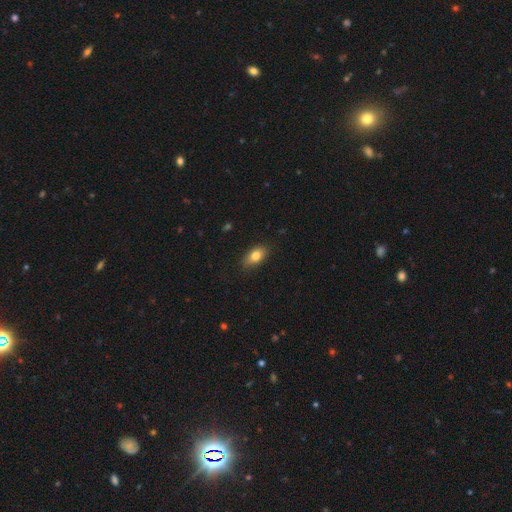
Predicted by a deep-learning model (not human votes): Smooth or featured? smooth (80%)
How rounded? in between (86%)
Merging? none (85%)